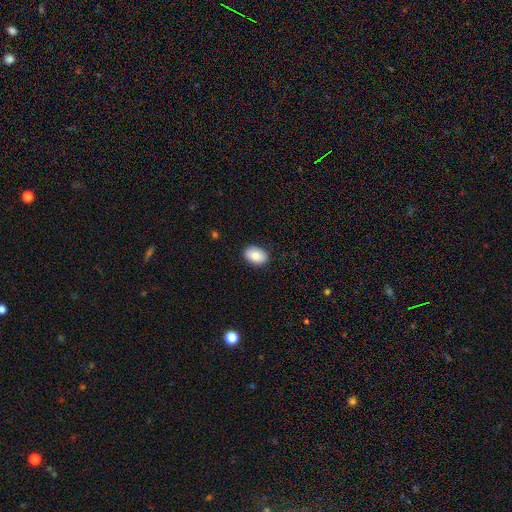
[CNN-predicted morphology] Smooth or featured: smooth — 84% (featured or disk — 9%)
How rounded: in between — 85% (round — 14%)
Merging: none — 88% (minor disturbance — 9%)